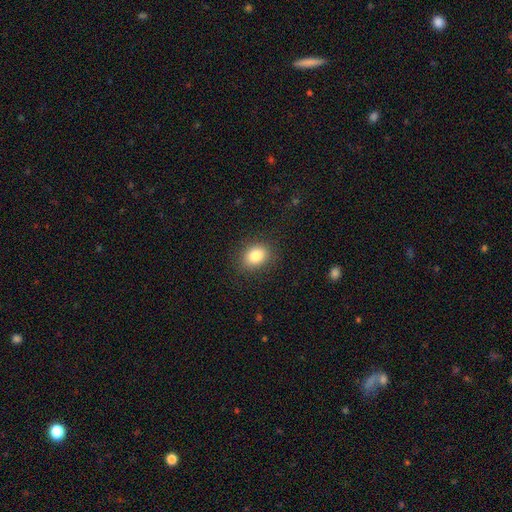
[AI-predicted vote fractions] Overall: smooth (83%). How rounded: in between (57%; round 42%). Merging: none (87%).